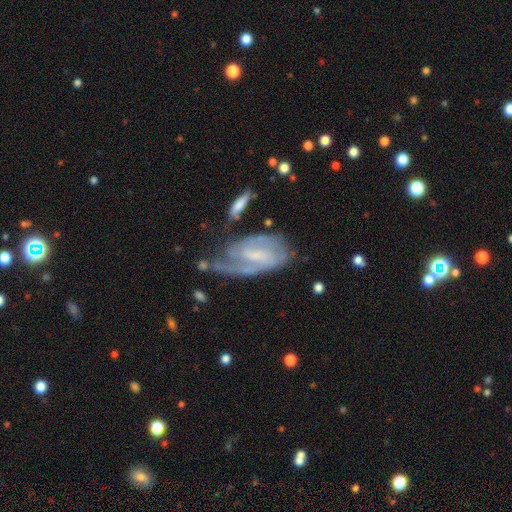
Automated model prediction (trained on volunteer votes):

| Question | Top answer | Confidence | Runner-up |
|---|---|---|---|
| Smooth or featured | featured or disk | 77% | smooth (16%) |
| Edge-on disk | no | 95% | yes (5%) |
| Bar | weak | 51% | strong (27%) |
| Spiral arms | yes | 90% | no (10%) |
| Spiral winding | medium | 43% | tight (39%) |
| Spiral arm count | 2 | 52% | 1 (21%) |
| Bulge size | small | 47% | none (26%) |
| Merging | none | 44% | minor disturbance (27%) |